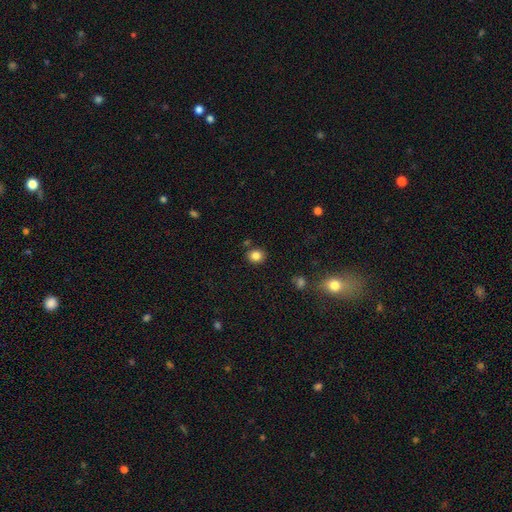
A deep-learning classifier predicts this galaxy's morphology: A smooth galaxy with no disk features (84%) that is round (72%). Merging: none (84%).